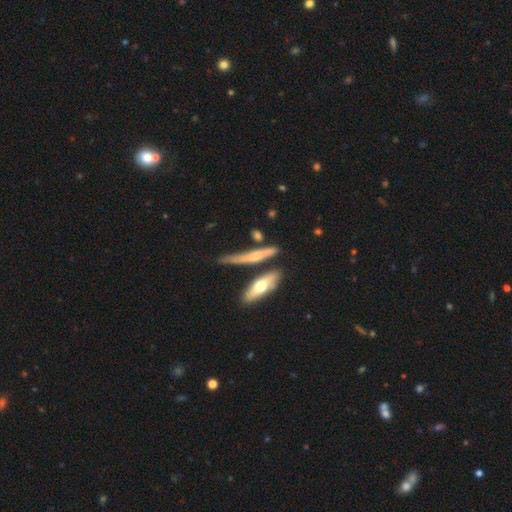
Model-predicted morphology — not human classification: smooth-or-featured: smooth: 51% | featured or disk: 42% | star or artifact: 7%
  how-rounded: cigar-shaped: 83% | in between: 13% | round: 4%
  merging: none: 60% | minor disturbance: 20% | merger: 13% | major disturbance: 7%